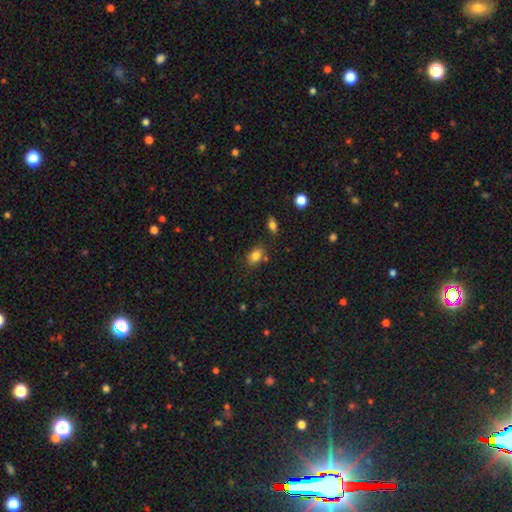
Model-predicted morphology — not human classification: Smooth or featured: smooth — 82% (star or artifact — 10%)
How rounded: in between — 78% (round — 20%)
Merging: none — 73% (minor disturbance — 15%)